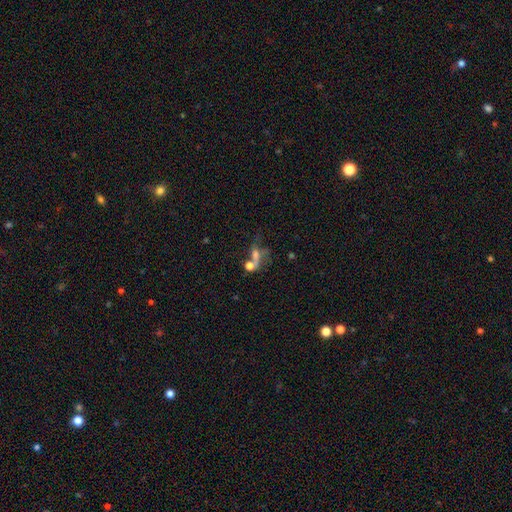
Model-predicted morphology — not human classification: Smooth or featured?
  - smooth: 45% *
  - featured or disk: 33%
  - star or artifact: 21%
Merging?
  - merger: 41% *
  - none: 25%
  - major disturbance: 22%
  - minor disturbance: 11%